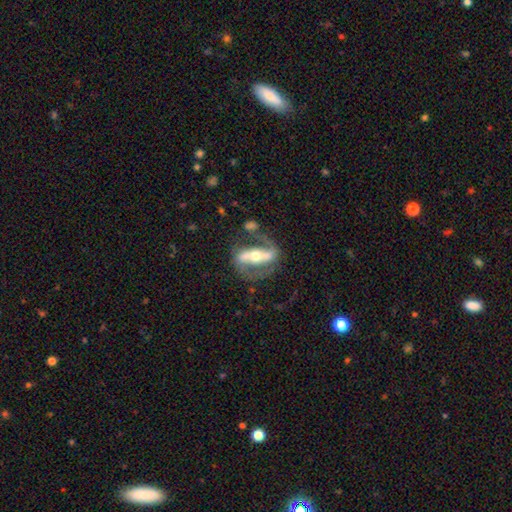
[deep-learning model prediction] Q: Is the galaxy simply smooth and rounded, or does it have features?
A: featured or disk — 81%.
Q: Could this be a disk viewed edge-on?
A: no — 84%.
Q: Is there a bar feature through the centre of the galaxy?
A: strong — 66%.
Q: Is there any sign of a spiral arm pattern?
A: yes — 80%.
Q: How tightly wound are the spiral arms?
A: medium — 45%.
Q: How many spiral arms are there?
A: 2 — 86%.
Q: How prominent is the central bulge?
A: moderate — 66%.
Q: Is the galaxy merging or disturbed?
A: none — 61%.